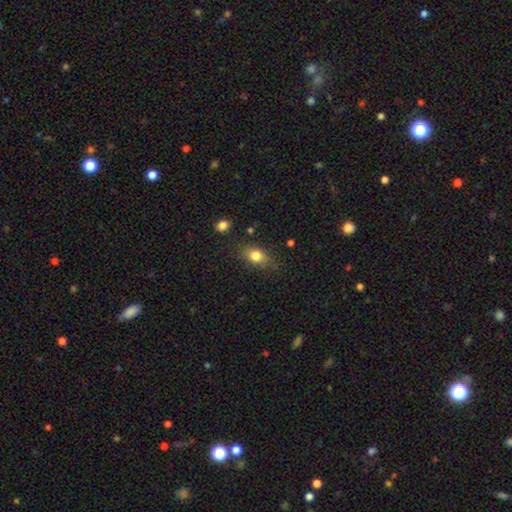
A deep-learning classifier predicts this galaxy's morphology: The model was most divided on "how rounded": in between: 66%, round: 32%, cigar-shaped: 2%. More confident: smooth or featured — smooth (81%); merging — none (77%).